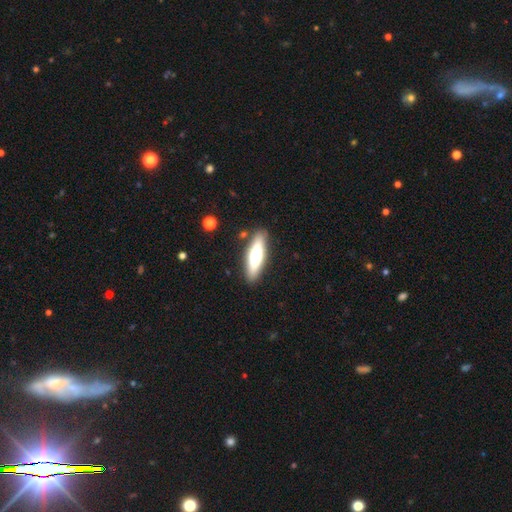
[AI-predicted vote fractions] Smooth or featured? smooth (58%)
How rounded? cigar-shaped (66%)
Merging? none (87%)